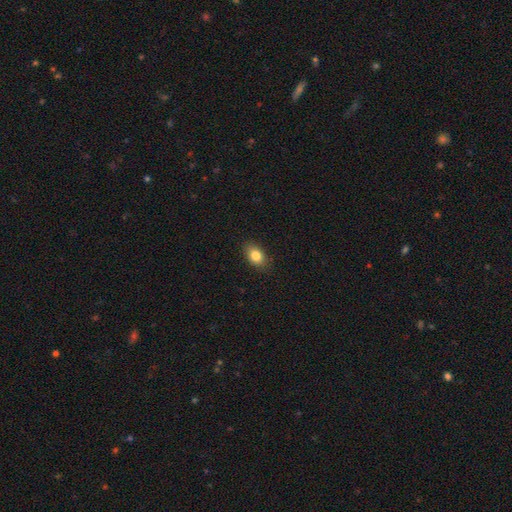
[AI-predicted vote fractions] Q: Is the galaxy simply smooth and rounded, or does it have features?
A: smooth — 84%.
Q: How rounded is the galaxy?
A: in between — 81%.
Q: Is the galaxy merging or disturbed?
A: none — 86%.